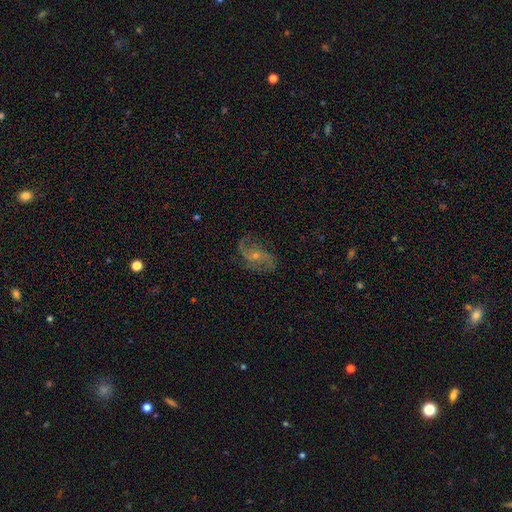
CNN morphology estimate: featured or disk 80%, smooth 12%, star or artifact 8%. Down the decision tree: edge-on disk — no (97%); bar — no (63%); spiral arms — yes (94%); spiral arm count — 2 (72%); spiral winding — loose (49%); bulge size — small (64%); merging — none (68%).